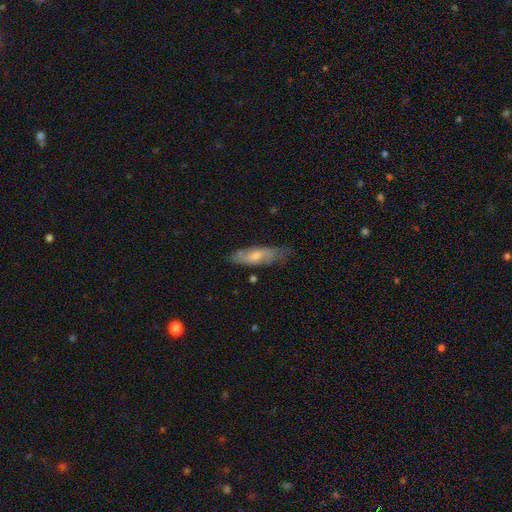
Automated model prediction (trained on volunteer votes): This appears to be a featured or disk galaxy (50%). Merging: none (75%).